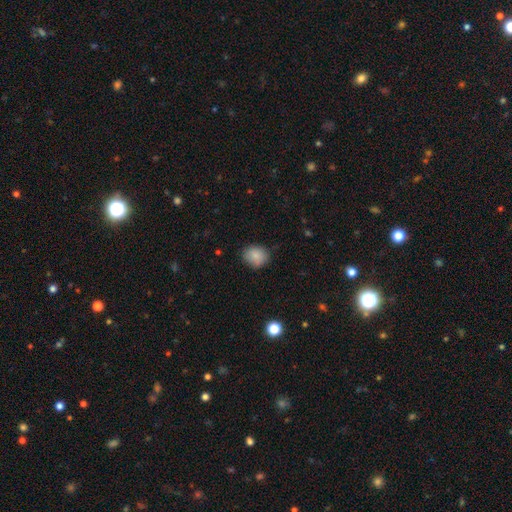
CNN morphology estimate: A smooth galaxy with no disk features (87%) that is round (65%).

Vote fractions:
- Smooth or featured? smooth: 87% / star or artifact: 8% / featured or disk: 5%
- How rounded? round: 65% / in between: 34% / cigar-shaped: 1%
- Merging? none: 81% / minor disturbance: 15% / major disturbance: 3% / merger: 1%